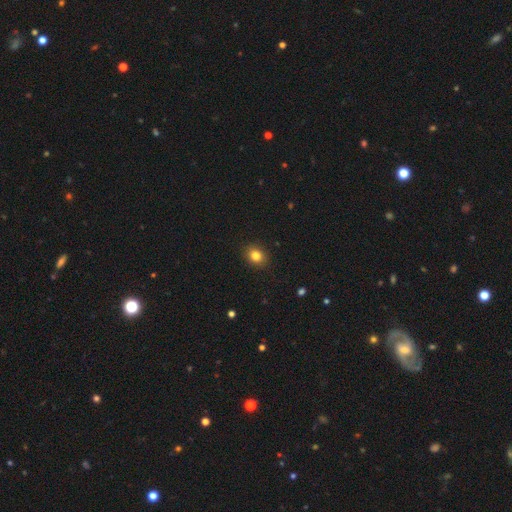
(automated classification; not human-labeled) Smooth or featured? smooth (83%)
How rounded? round (61%)
Merging? none (89%)